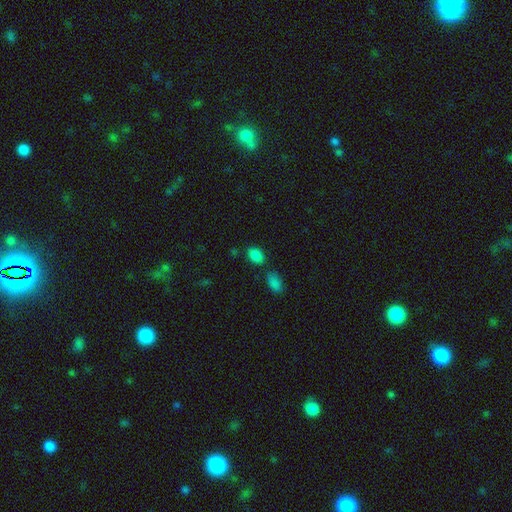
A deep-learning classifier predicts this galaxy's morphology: Q: Smooth or featured?
A: smooth (85%); runner-up: star or artifact (11%)
Q: How rounded?
A: in between (86%); runner-up: round (12%)
Q: Merging?
A: none (70%); runner-up: minor disturbance (14%)